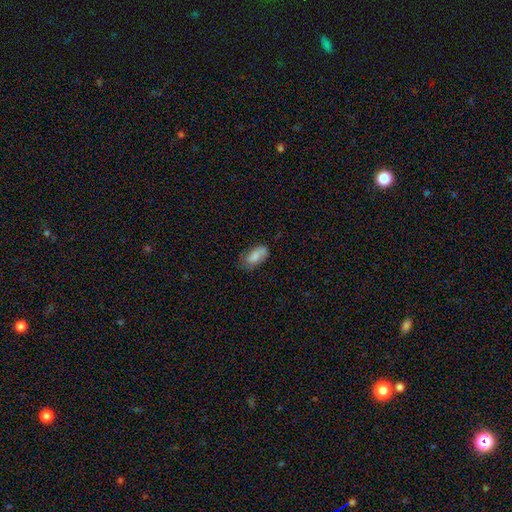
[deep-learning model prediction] Smooth or featured: smooth — 75% (featured or disk — 18%)
How rounded: in between — 90% (cigar-shaped — 6%)
Merging: none — 62% (minor disturbance — 27%)